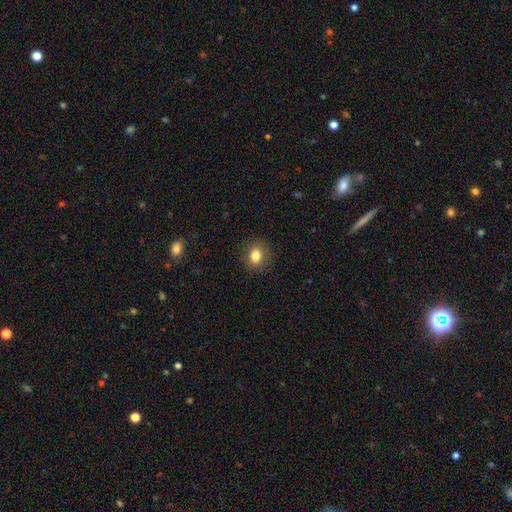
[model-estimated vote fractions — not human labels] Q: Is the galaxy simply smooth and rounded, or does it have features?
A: smooth — 83%.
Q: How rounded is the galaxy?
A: in between — 50%.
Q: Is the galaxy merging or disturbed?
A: none — 87%.